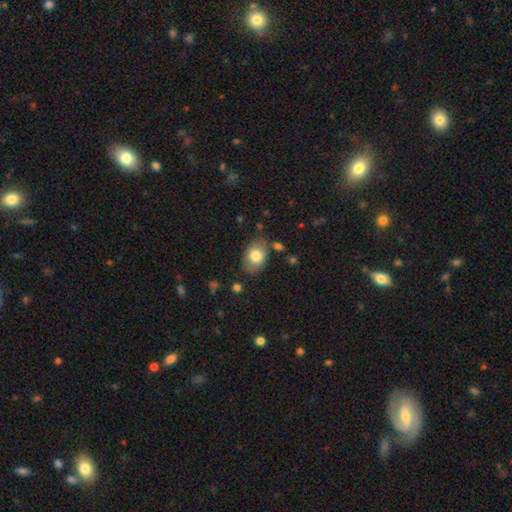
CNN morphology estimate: A smooth galaxy with no disk features (76%) that is in between round and cigar-shaped (81%). Merging: none (74%).